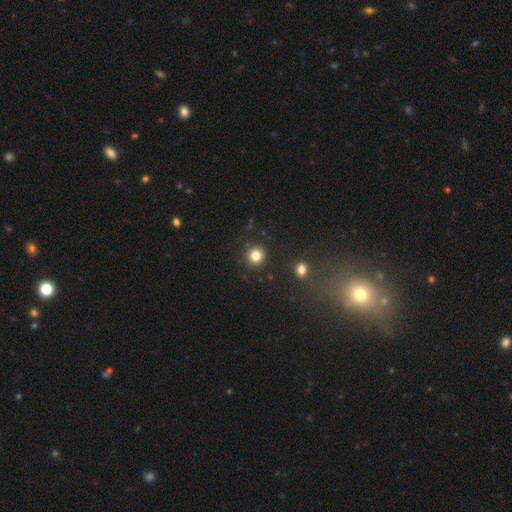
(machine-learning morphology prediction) smooth_or_featured: smooth (p=0.83) [alt: star or artifact p=0.12]
how_rounded: round (p=0.91) [alt: in between p=0.08]
merging: none (p=0.89) [alt: minor disturbance p=0.06]